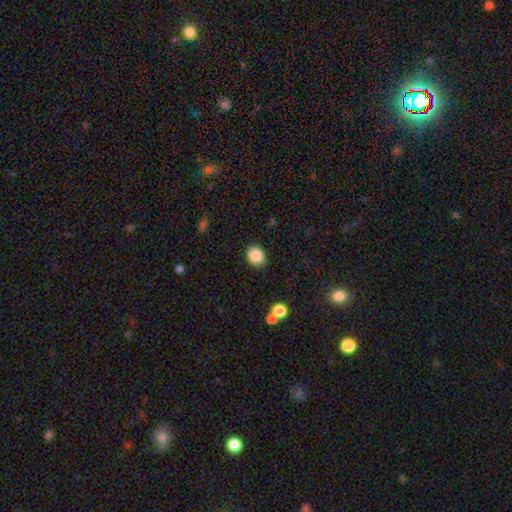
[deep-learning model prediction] smooth 87%, star or artifact 9%, featured or disk 4%. Down the decision tree: how rounded — round (69%); merging — none (88%).